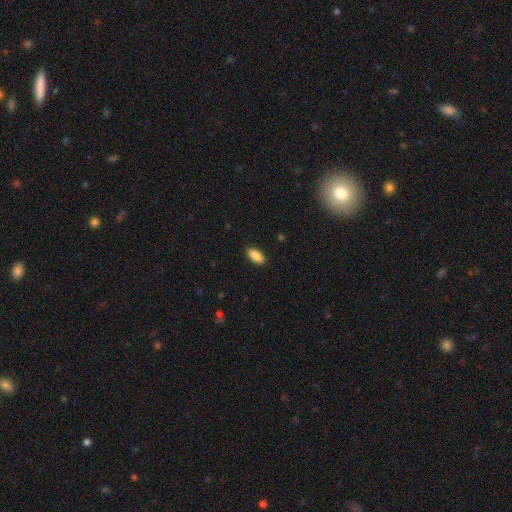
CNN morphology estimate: type=smooth (88%); roundness=in between (91%); merging=none (89%).